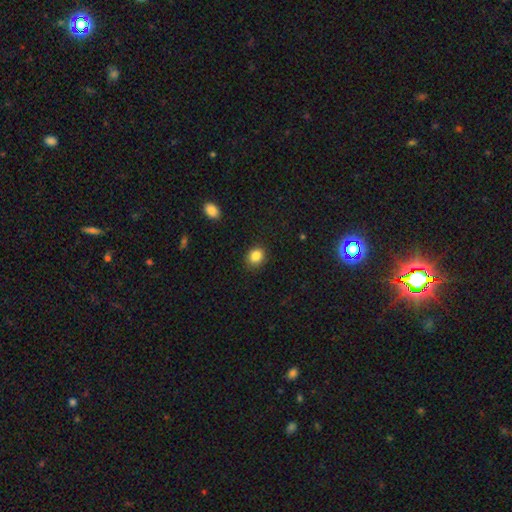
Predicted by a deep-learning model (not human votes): This is clearly a smooth galaxy (86%). How rounded: likely round (63%). Merging: clearly none (85%).